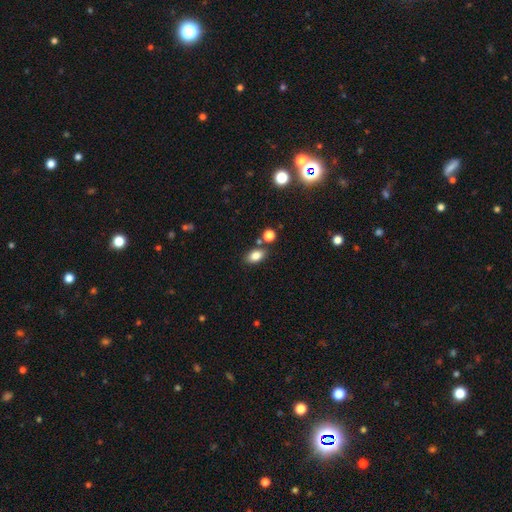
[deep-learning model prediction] Overall: smooth (82%). How rounded: in between (84%). Merging: none (73%).